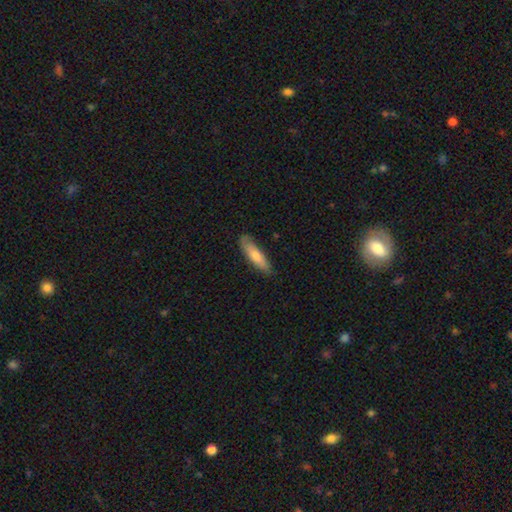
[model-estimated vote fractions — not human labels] Q: Smooth or featured?
A: smooth (69%); runner-up: featured or disk (25%)
Q: How rounded?
A: cigar-shaped (69%); runner-up: in between (29%)
Q: Merging?
A: none (82%); runner-up: minor disturbance (15%)